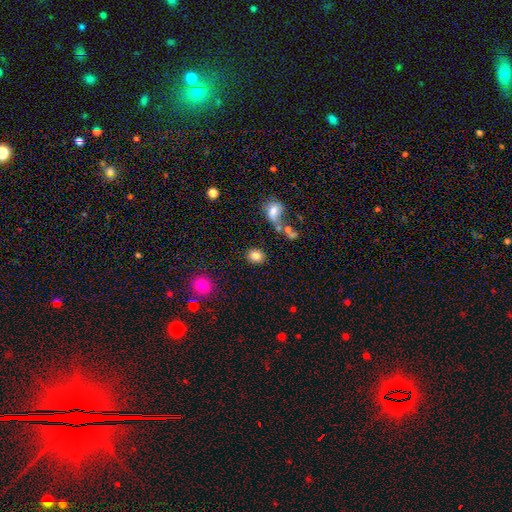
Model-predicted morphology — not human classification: type=smooth (83%); roundness=round (52%); merging=none (83%).